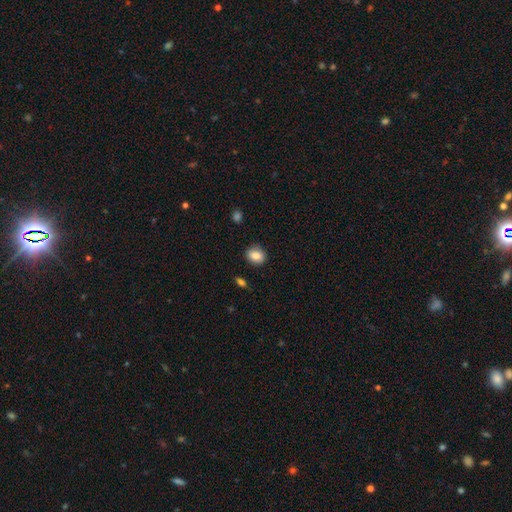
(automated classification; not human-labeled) This is clearly a smooth galaxy (83%). How rounded: likely round (68%). Merging: clearly none (87%).